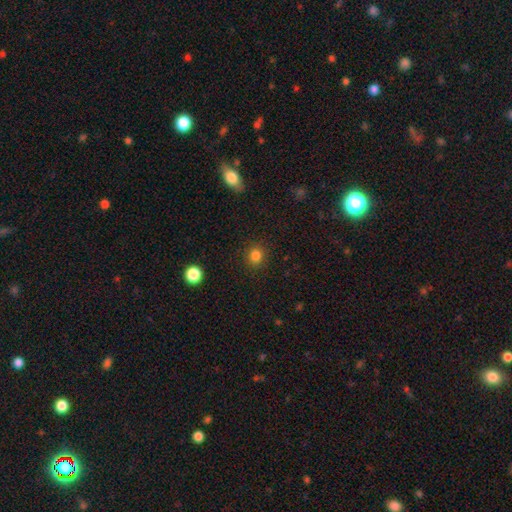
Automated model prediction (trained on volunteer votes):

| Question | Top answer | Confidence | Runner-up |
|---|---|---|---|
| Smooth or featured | smooth | 83% | star or artifact (13%) |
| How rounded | round | 83% | in between (16%) |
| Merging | none | 90% | minor disturbance (7%) |